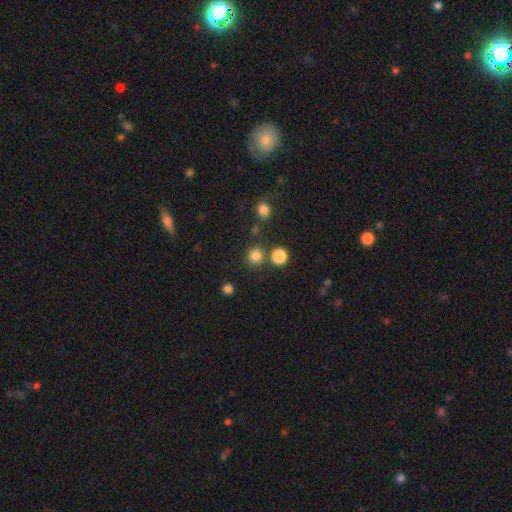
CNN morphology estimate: This appears to be a smooth galaxy with no disk features (80%) that is round (91%). Merging: none (79%).